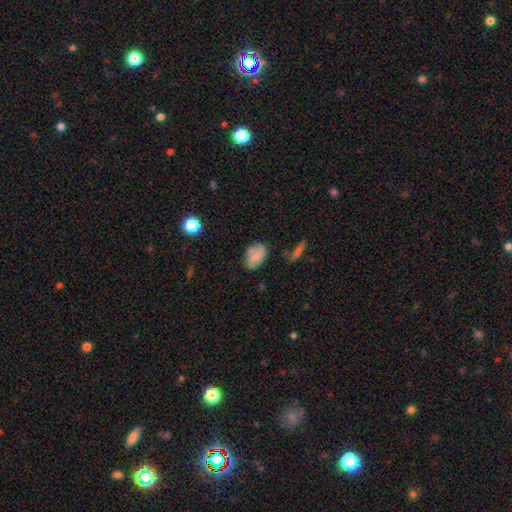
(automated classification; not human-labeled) Morphology: type=smooth (73%); roundness=in between (86%); merging=none (66%).